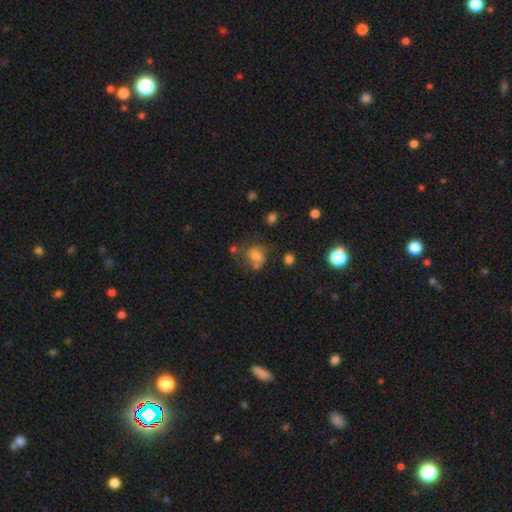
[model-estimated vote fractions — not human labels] A smooth galaxy with no disk features (66%) that is round (50%).

Vote fractions:
- Smooth or featured? smooth: 66% / featured or disk: 18% / star or artifact: 16%
- How rounded? round: 50% / in between: 48% / cigar-shaped: 1%
- Merging? none: 46% / minor disturbance: 23% / major disturbance: 18% / merger: 13%